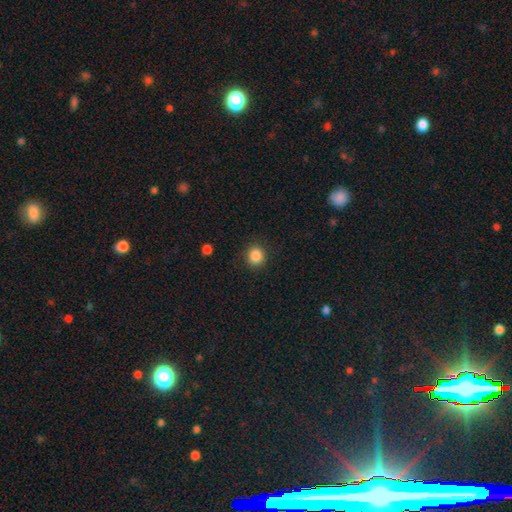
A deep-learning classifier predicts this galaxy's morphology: The model was most divided on "how rounded": round: 83%, in between: 16%, cigar-shaped: 1%. More confident: merging — none (89%); smooth or featured — smooth (86%).